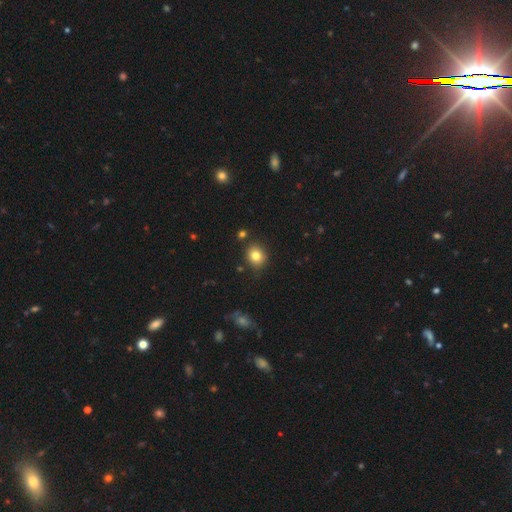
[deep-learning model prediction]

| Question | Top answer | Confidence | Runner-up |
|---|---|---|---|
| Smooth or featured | smooth | 82% | star or artifact (11%) |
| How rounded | round | 70% | in between (29%) |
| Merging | none | 84% | minor disturbance (10%) |